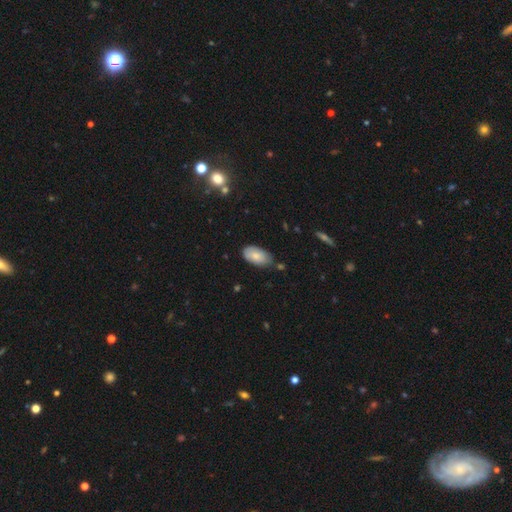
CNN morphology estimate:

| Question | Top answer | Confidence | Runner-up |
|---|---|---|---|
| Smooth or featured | smooth | 76% | featured or disk (17%) |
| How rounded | in between | 94% | round (3%) |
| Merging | none | 63% | minor disturbance (29%) |